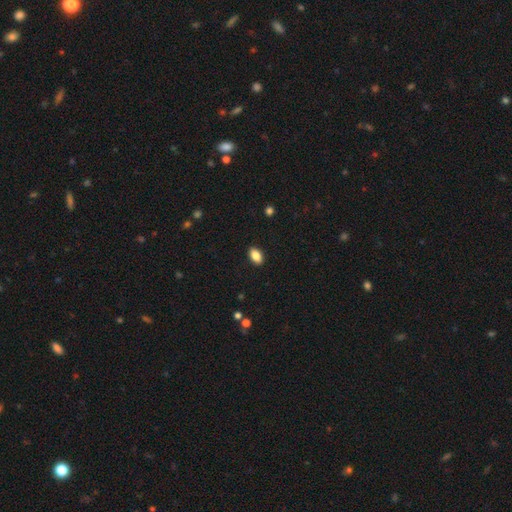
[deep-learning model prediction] smooth 87%, star or artifact 8%, featured or disk 5%. Down the decision tree: how rounded — in between (91%); merging — none (90%).